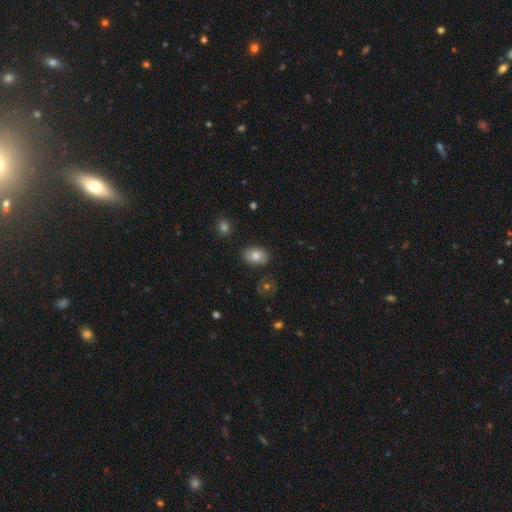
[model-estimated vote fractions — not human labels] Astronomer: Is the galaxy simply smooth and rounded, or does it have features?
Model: smooth — 80%.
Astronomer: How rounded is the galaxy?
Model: in between — 81%.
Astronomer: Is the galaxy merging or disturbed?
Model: none — 85%.